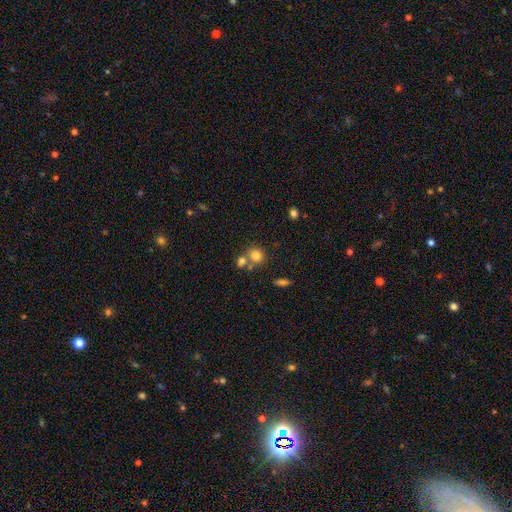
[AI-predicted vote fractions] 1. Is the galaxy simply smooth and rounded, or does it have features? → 79% smooth, 12% star or artifact, 9% featured or disk.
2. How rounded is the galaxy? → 79% round, 19% in between, 1% cigar-shaped.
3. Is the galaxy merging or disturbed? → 53% none, 34% merger, 9% minor disturbance, 4% major disturbance.